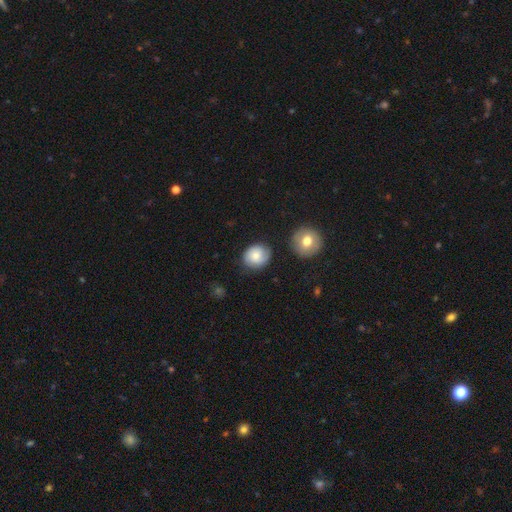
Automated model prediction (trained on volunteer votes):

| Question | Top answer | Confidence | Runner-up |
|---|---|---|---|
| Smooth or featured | smooth | 67% | featured or disk (25%) |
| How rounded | round | 70% | in between (29%) |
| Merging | none | 74% | minor disturbance (18%) |